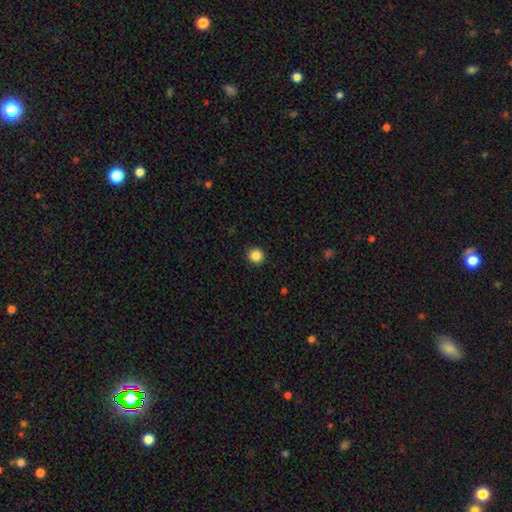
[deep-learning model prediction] The model was most divided on "smooth or featured": smooth: 86%, star or artifact: 10%, featured or disk: 4%. More confident: how rounded — round (93%); merging — none (92%).